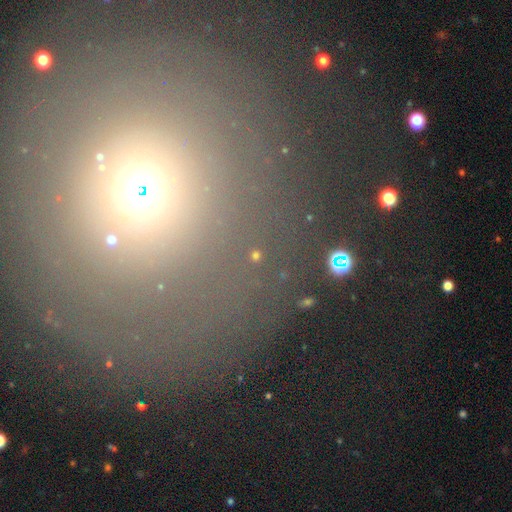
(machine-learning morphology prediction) Smooth or featured?
  - star or artifact: 51% *
  - smooth: 39%
  - featured or disk: 11%